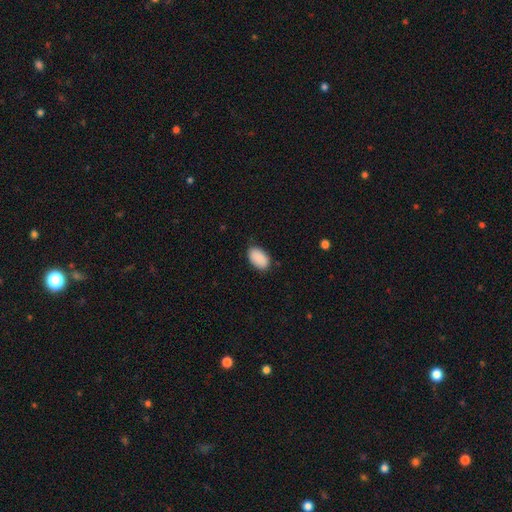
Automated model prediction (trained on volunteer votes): This is clearly a smooth galaxy (90%). How rounded: clearly in between (93%). Merging: clearly none (81%).